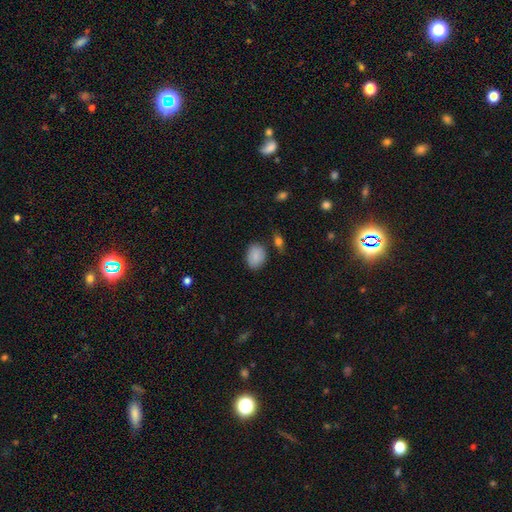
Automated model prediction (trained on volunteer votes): smooth-or-featured: smooth: 86% | star or artifact: 7% | featured or disk: 7%
  how-rounded: in between: 71% | round: 27% | cigar-shaped: 1%
  merging: none: 79% | minor disturbance: 14% | merger: 4% | major disturbance: 3%